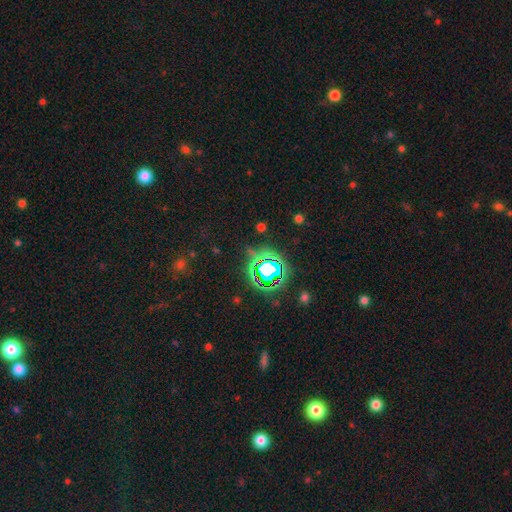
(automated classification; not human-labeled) This appears to be a star or artifact, not a galaxy (79%).